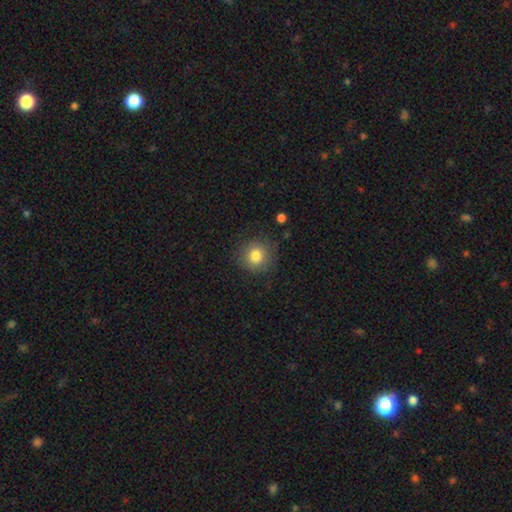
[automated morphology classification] smooth-or-featured: smooth: 81% | star or artifact: 11% | featured or disk: 8%
  how-rounded: round: 91% | in between: 8% | cigar-shaped: 1%
  merging: none: 85% | minor disturbance: 11% | major disturbance: 4% | merger: 1%